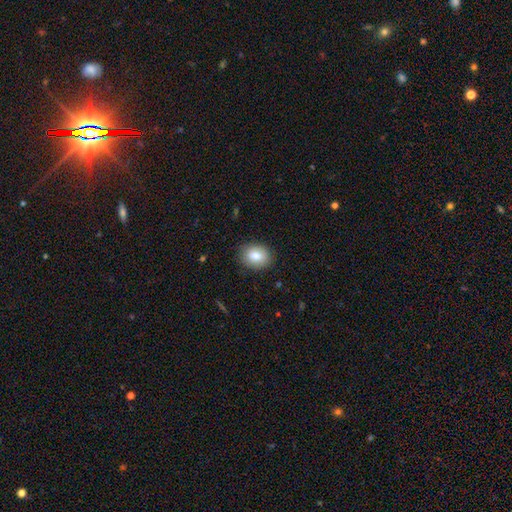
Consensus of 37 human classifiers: This is clearly a smooth galaxy (92%). How rounded: possibly in between (56%). Merging: clearly none (95%).